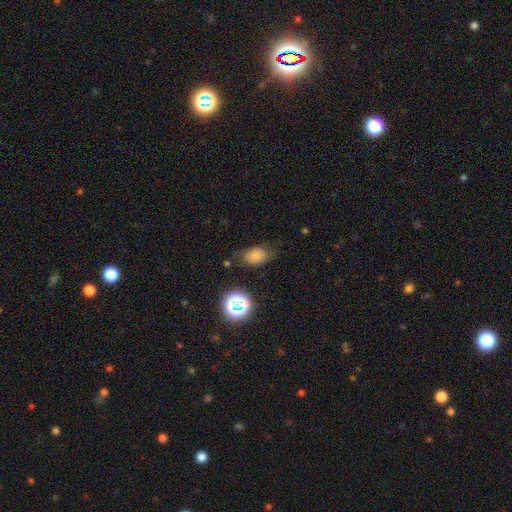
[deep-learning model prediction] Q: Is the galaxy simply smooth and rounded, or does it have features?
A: smooth — 71%.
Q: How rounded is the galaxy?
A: in between — 77%.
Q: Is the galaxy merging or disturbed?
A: none — 64%.